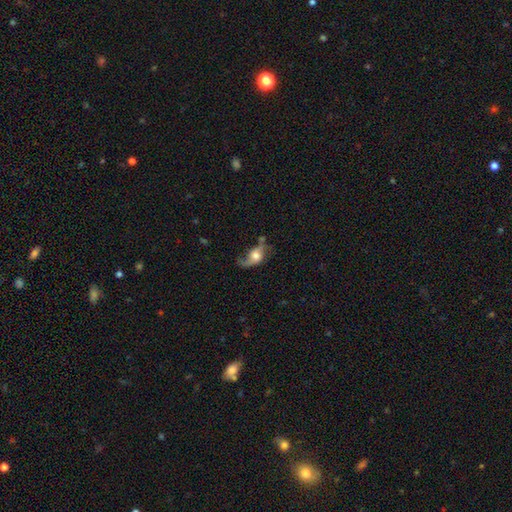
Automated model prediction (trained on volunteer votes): This is possibly a featured or disk galaxy (54%). It is clearly not viewed edge-on (91%). Merging: marginally none (36%).